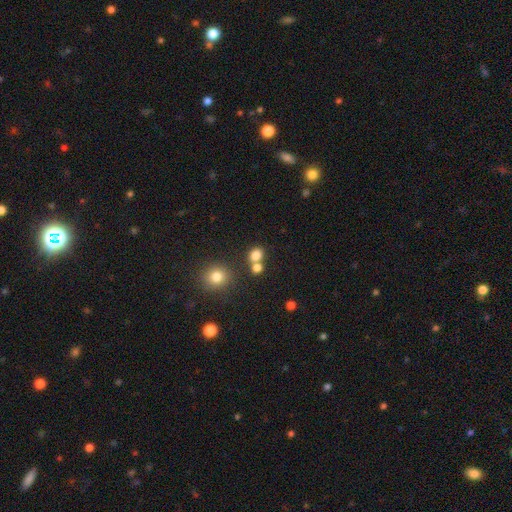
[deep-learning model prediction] A smooth galaxy with no disk features (79%) that is round (59%). Merging: none (54%).